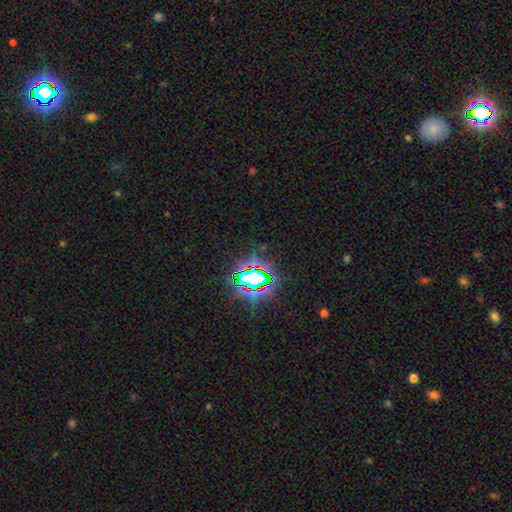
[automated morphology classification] smooth_or_featured: star or artifact (p=0.80) [alt: smooth p=0.12]